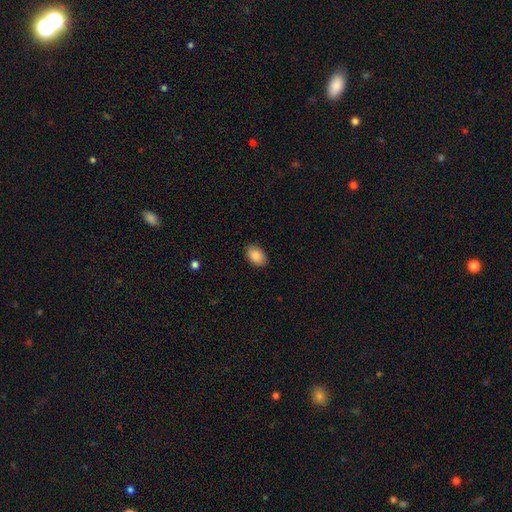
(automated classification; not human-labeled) Q: Smooth or featured?
A: smooth (89%); runner-up: star or artifact (7%)
Q: How rounded?
A: in between (90%); runner-up: round (9%)
Q: Merging?
A: none (86%); runner-up: minor disturbance (11%)